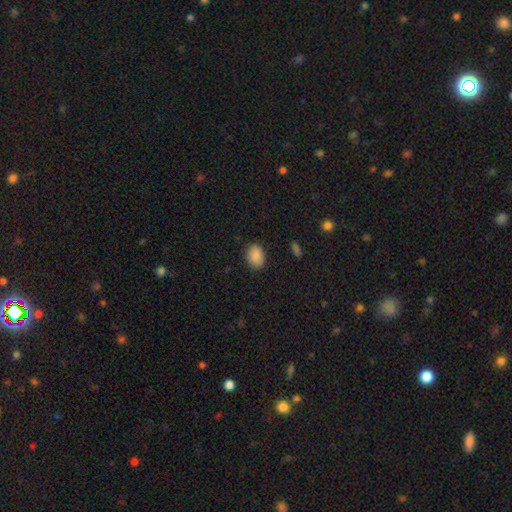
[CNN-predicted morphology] A smooth galaxy with no disk features (88%) that is in between round and cigar-shaped (68%). Merging: none (86%).